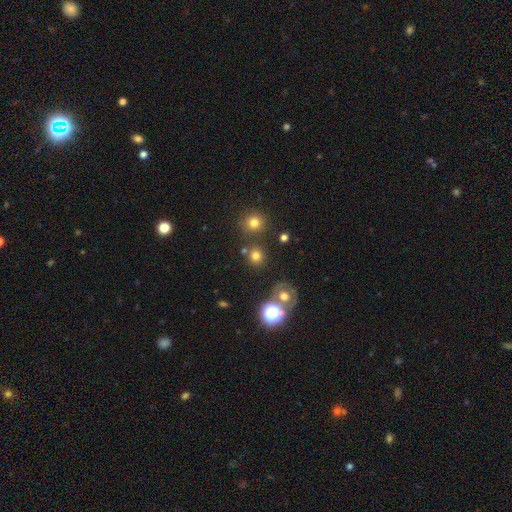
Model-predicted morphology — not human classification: A smooth galaxy with no disk features (73%) that is round (91%). Merging: none (79%).